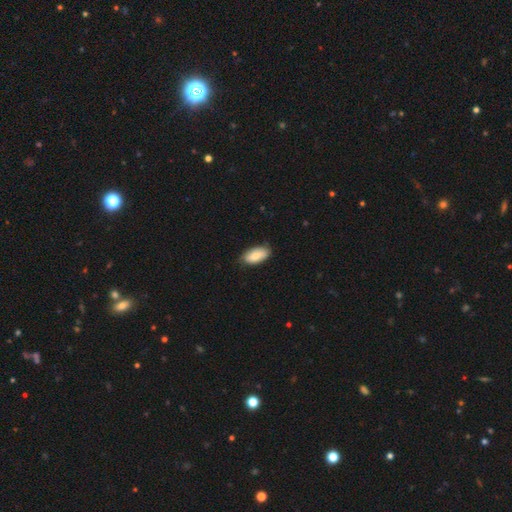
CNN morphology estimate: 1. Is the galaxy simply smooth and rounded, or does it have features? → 85% smooth, 9% featured or disk, 6% star or artifact.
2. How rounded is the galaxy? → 93% in between, 4% cigar-shaped, 2% round.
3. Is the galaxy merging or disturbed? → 78% none, 19% minor disturbance, 2% major disturbance, 1% merger.